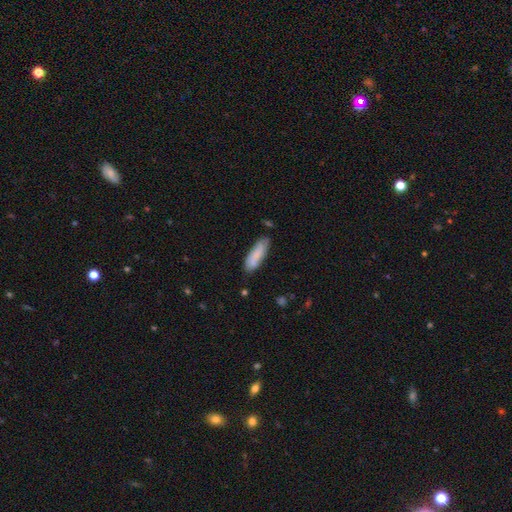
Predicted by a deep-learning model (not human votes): Morphology: type=smooth (82%); roundness=cigar-shaped (54%); merging=none (73%).